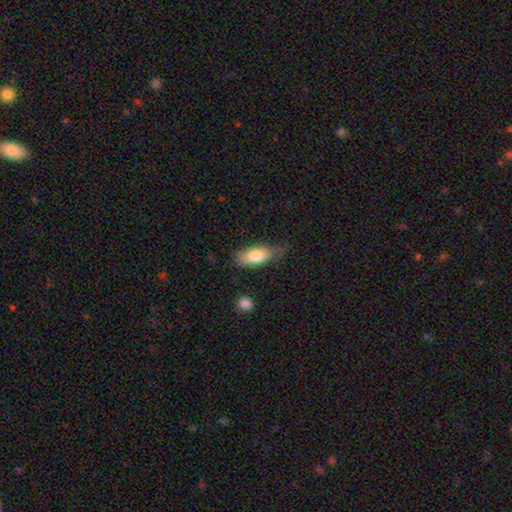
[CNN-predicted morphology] Smooth or featured? Predicted: smooth (p=0.78). How rounded? Predicted: in between (p=0.83). Merging? Predicted: none (p=0.61).